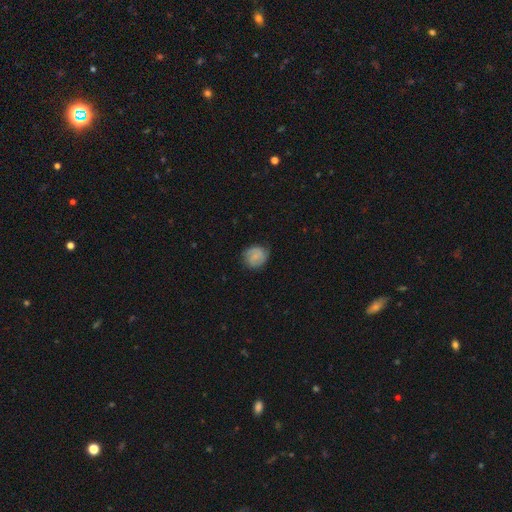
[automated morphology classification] A smooth galaxy with no disk features (50%).

Vote fractions:
- Smooth or featured? smooth: 50% / featured or disk: 42% / star or artifact: 8%
- Merging? none: 76% / minor disturbance: 17% / major disturbance: 5% / merger: 1%